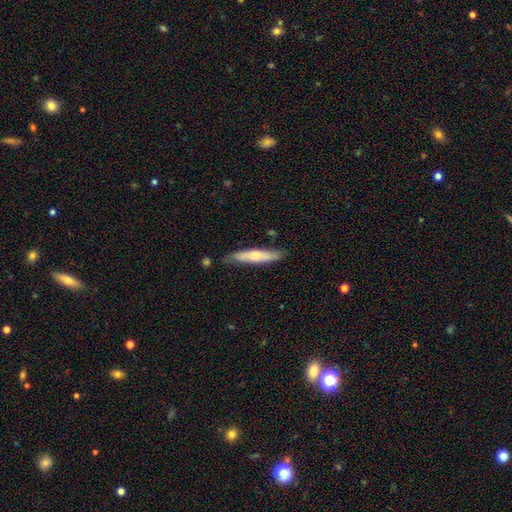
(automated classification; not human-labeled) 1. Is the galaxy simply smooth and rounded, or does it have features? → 62% smooth, 33% featured or disk, 5% star or artifact.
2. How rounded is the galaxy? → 88% cigar-shaped, 10% in between, 1% round.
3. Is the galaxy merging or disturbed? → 77% none, 18% minor disturbance, 3% major disturbance, 2% merger.